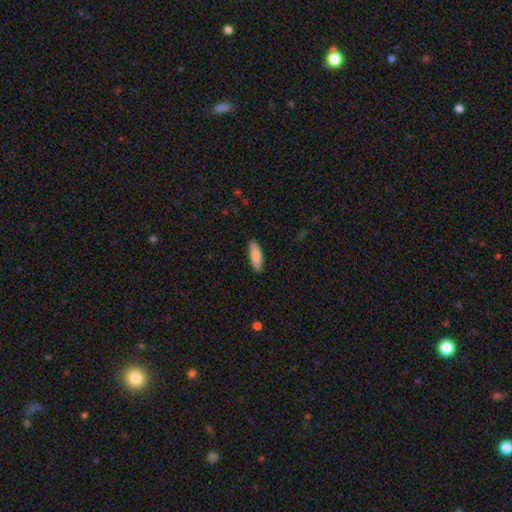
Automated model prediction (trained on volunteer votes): Q: Smooth or featured?
A: smooth (82%); runner-up: featured or disk (13%)
Q: How rounded?
A: in between (61%); runner-up: cigar-shaped (38%)
Q: Merging?
A: none (88%); runner-up: minor disturbance (9%)